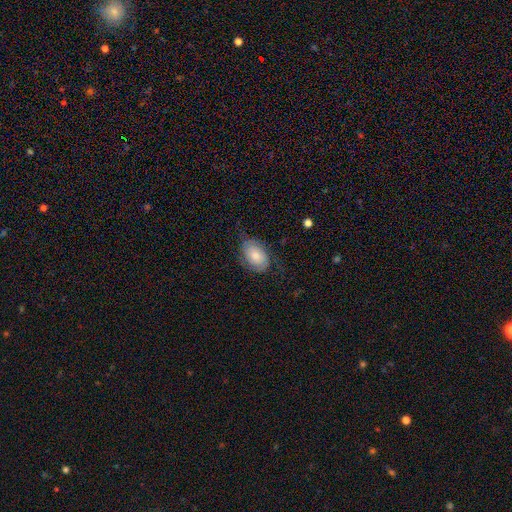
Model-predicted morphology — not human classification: This appears to be a smooth galaxy with no disk features (51%) that is in between round and cigar-shaped (85%). Merging: none (59%).